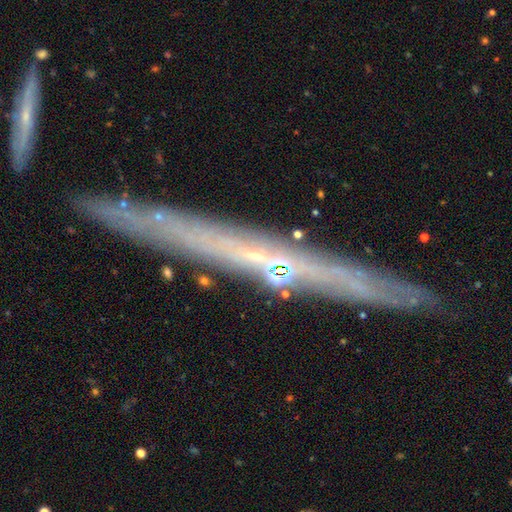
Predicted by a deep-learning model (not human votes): This is likely a featured or disk galaxy (70%). It is clearly viewed edge-on (92%). Edge-on bulge: likely none (71%). Merging: clearly none (87%).